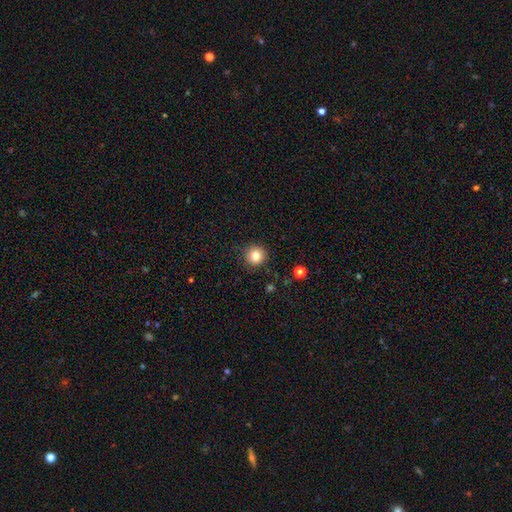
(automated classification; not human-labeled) Q: Smooth or featured?
A: smooth (82%); runner-up: star or artifact (11%)
Q: How rounded?
A: round (95%); runner-up: in between (4%)
Q: Merging?
A: none (90%); runner-up: minor disturbance (7%)